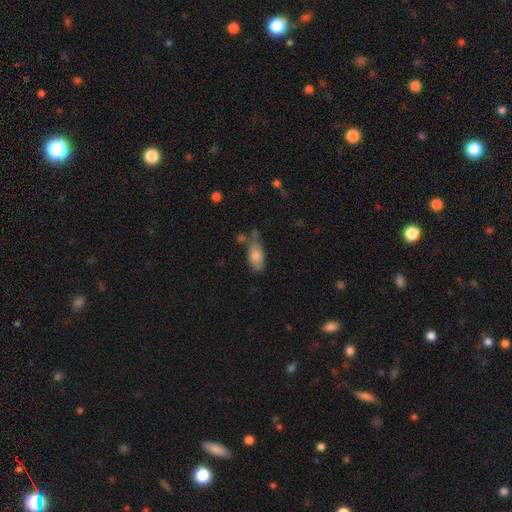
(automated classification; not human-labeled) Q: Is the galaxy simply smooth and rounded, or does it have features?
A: smooth — 80%.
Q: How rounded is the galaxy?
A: in between — 89%.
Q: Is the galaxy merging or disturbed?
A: none — 44%.